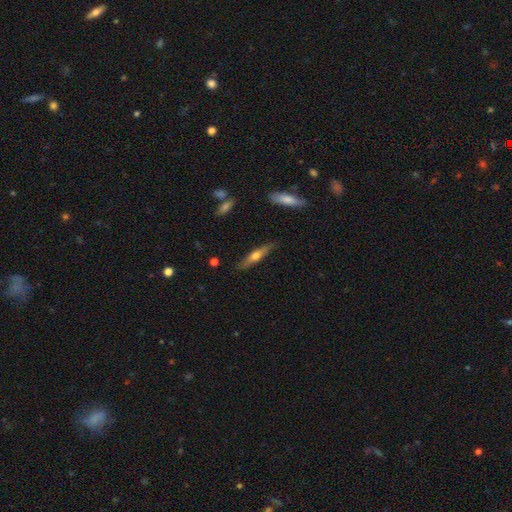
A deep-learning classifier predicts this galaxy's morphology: Q: Smooth or featured?
A: featured or disk (53%); runner-up: smooth (40%)
Q: Edge-on disk?
A: yes (93%); runner-up: no (7%)
Q: Merging?
A: none (86%); runner-up: minor disturbance (10%)